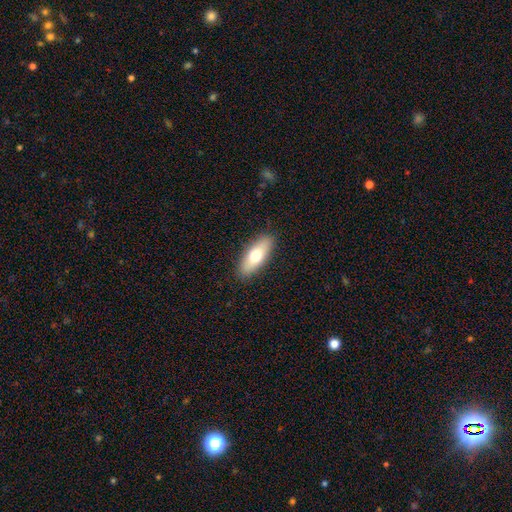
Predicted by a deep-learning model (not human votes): Overall: smooth (69%). How rounded: in between (67%; cigar-shaped 30%). Merging: none (89%).